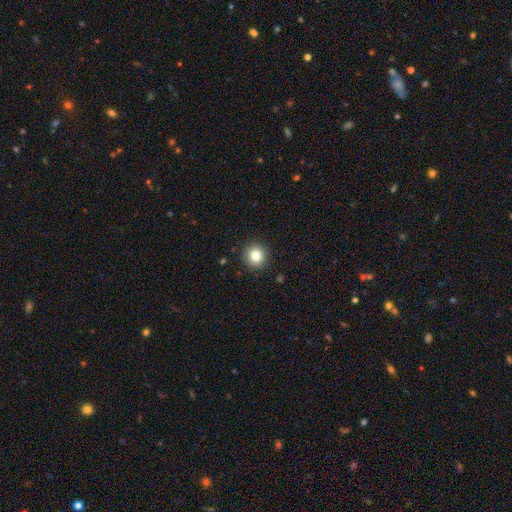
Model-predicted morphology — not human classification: smooth 82%, star or artifact 11%, featured or disk 7%. Down the decision tree: how rounded — round (93%); merging — none (92%).